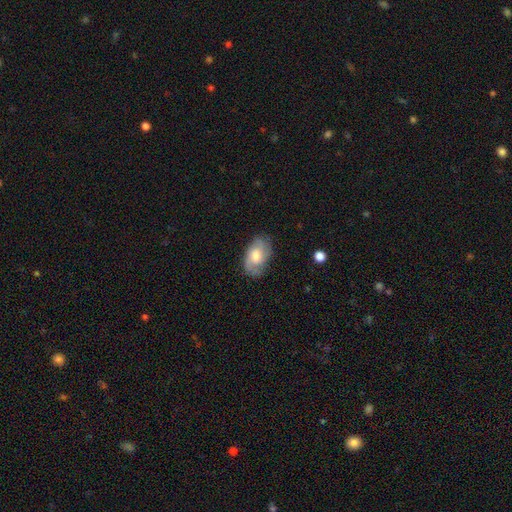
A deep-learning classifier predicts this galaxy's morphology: Smooth or featured? Predicted: smooth (p=0.47). Merging? Predicted: none (p=0.72).